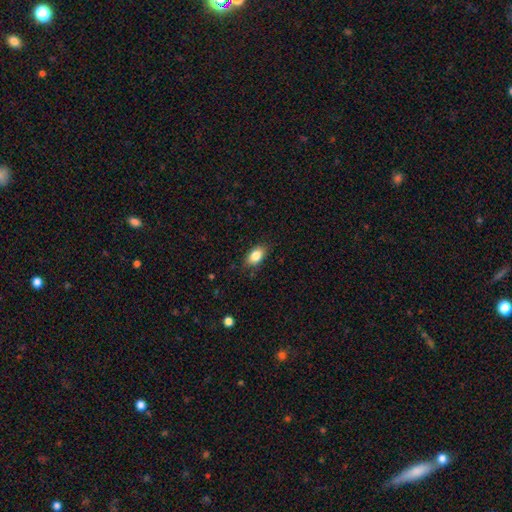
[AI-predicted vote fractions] Smooth or featured? Predicted: smooth (p=0.84). How rounded? Predicted: in between (p=0.89). Merging? Predicted: none (p=0.83).